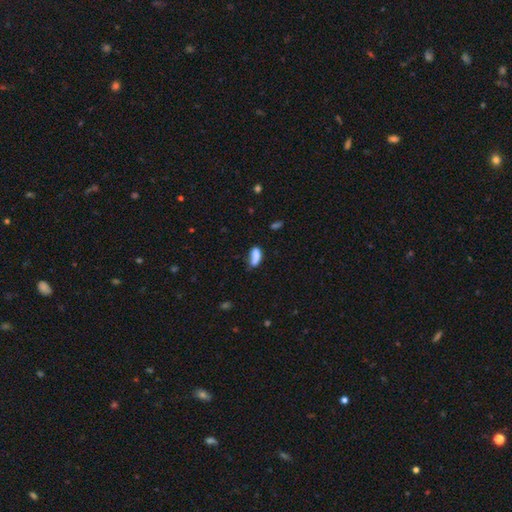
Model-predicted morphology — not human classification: A smooth galaxy with no disk features (79%) that is in between round and cigar-shaped (80%).

Vote fractions:
- Smooth or featured? smooth: 79% / featured or disk: 12% / star or artifact: 9%
- How rounded? in between: 80% / cigar-shaped: 16% / round: 4%
- Merging? none: 40% / minor disturbance: 31% / major disturbance: 16% / merger: 13%